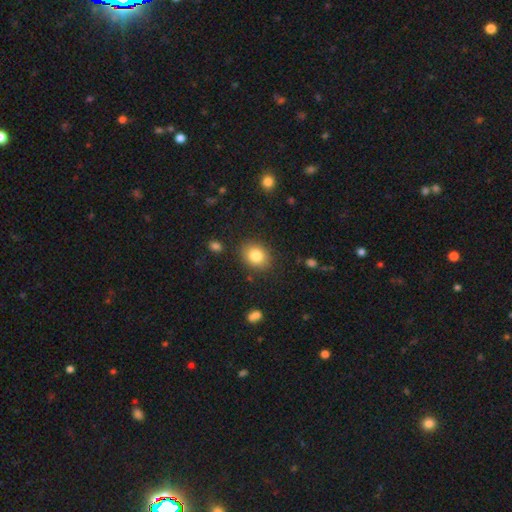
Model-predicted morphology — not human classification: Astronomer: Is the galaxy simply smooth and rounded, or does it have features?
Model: smooth — 82%.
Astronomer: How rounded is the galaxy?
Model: round — 51% (runner-up: in between, 48%).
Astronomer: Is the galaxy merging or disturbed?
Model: none — 86%.